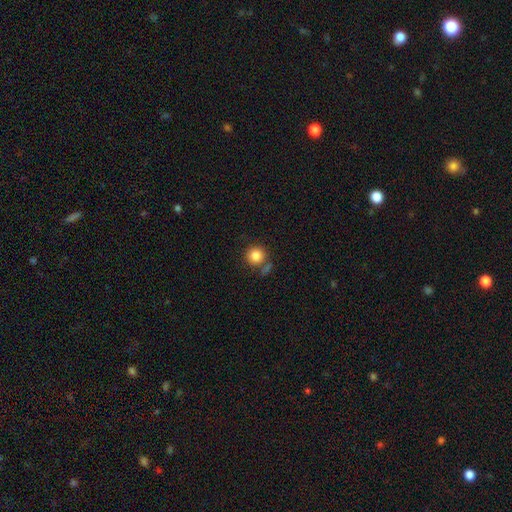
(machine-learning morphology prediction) smooth_or_featured: smooth (p=0.85) [alt: star or artifact p=0.10]
how_rounded: round (p=0.92) [alt: in between p=0.07]
merging: none (p=0.70) [alt: merger p=0.14]